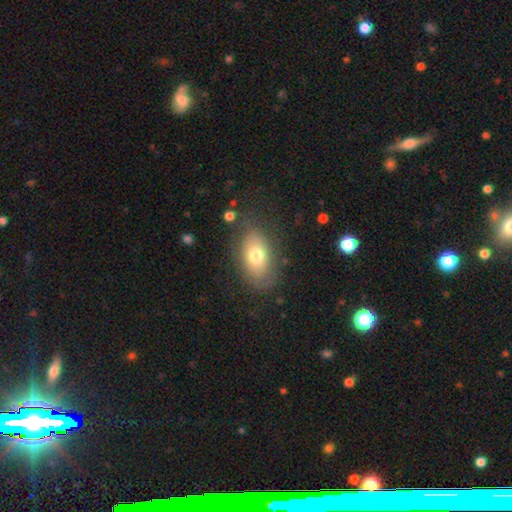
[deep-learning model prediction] Overall: smooth (70%). How rounded: in between (87%). Merging: none (75%).